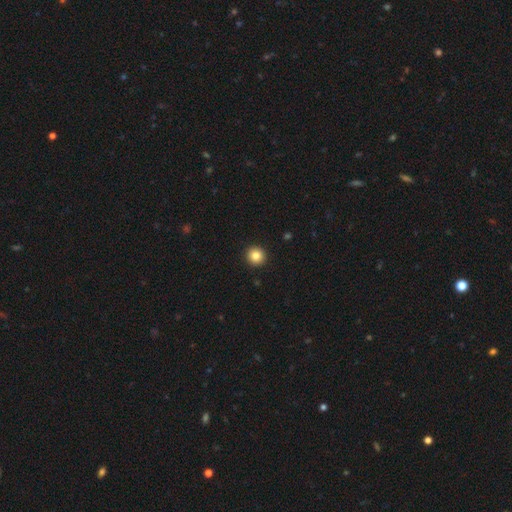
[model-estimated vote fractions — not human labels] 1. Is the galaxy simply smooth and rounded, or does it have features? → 84% smooth, 10% star or artifact, 6% featured or disk.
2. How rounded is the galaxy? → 95% round, 5% in between, 1% cigar-shaped.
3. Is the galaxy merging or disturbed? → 94% none, 4% minor disturbance, 1% major disturbance, 1% merger.